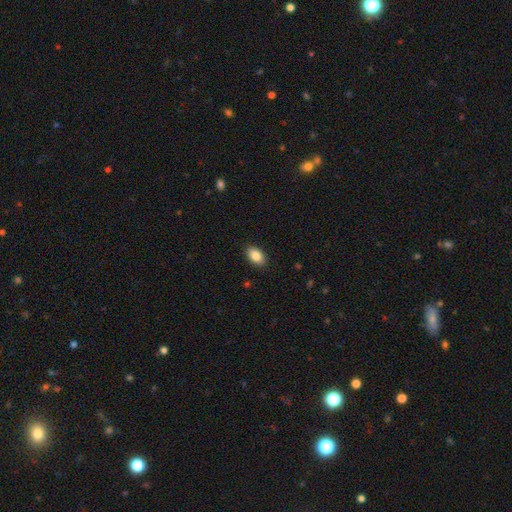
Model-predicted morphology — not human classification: Smooth or featured: smooth — 88% (star or artifact — 7%)
How rounded: in between — 92% (round — 6%)
Merging: none — 89% (minor disturbance — 8%)